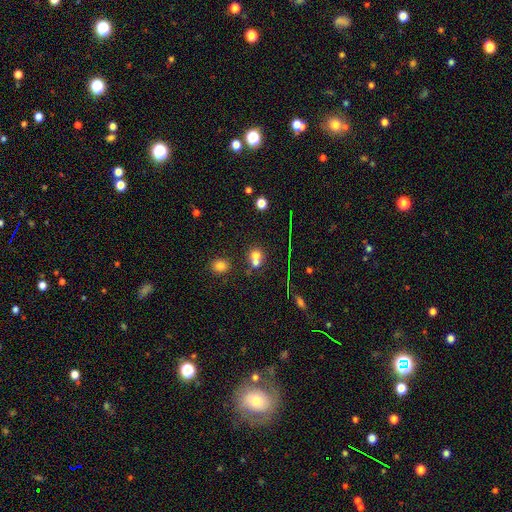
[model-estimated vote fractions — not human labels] Overall: smooth (64%). How rounded: round (72%). Merging: merger (52%; none 38%).